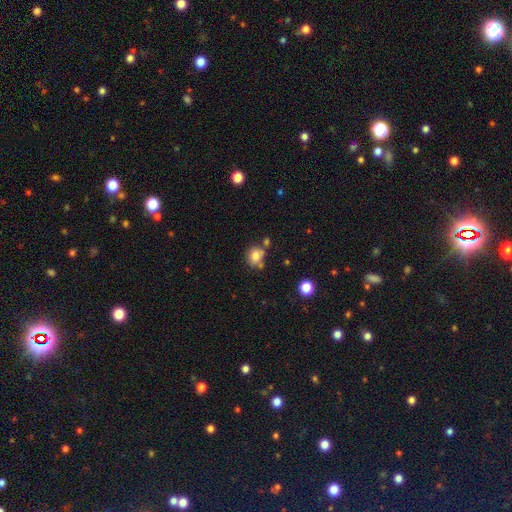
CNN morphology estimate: smooth_or_featured: smooth (p=0.77) [alt: star or artifact p=0.12]
how_rounded: round (p=0.73) [alt: in between p=0.26]
merging: none (p=0.60) [alt: merger p=0.19]